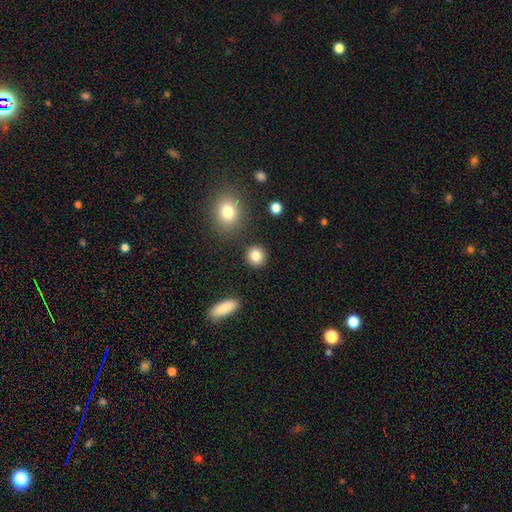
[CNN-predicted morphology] smooth-or-featured: smooth: 84% | star or artifact: 10% | featured or disk: 6%
  how-rounded: round: 90% | in between: 9% | cigar-shaped: 1%
  merging: none: 89% | minor disturbance: 6% | merger: 3% | major disturbance: 2%